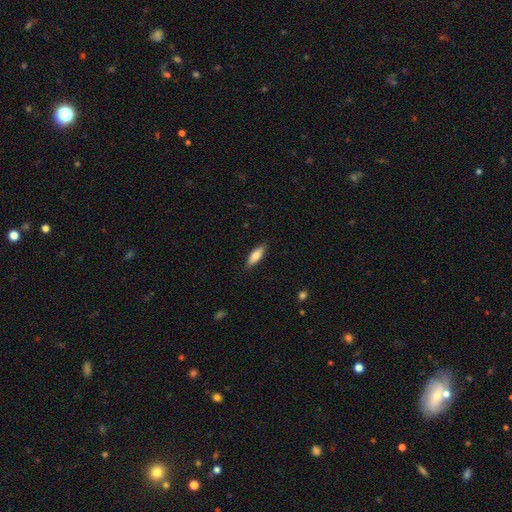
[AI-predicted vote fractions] Smooth or featured: smooth — 80% (featured or disk — 14%)
How rounded: in between — 55% (cigar-shaped — 43%)
Merging: none — 86% (minor disturbance — 11%)